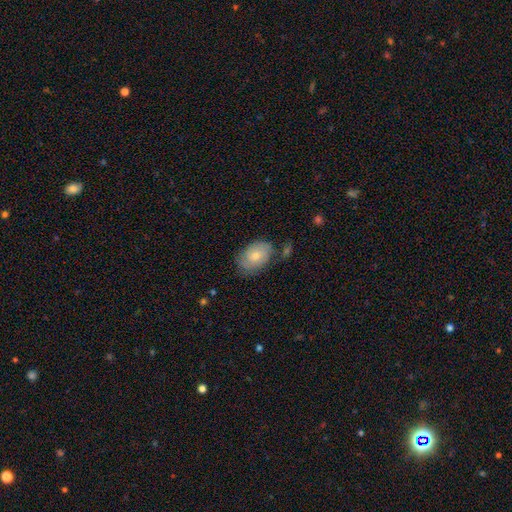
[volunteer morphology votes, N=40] A smooth galaxy with no disk features (70%) that is in between round and cigar-shaped (89%).

Vote fractions:
- Smooth or featured? smooth: 70% / featured or disk: 20% / star or artifact: 10%
- How rounded? in between: 89% / round: 11% / cigar-shaped: 0%
- Merging? none: 75% / minor disturbance: 14% / major disturbance: 8% / merger: 3%